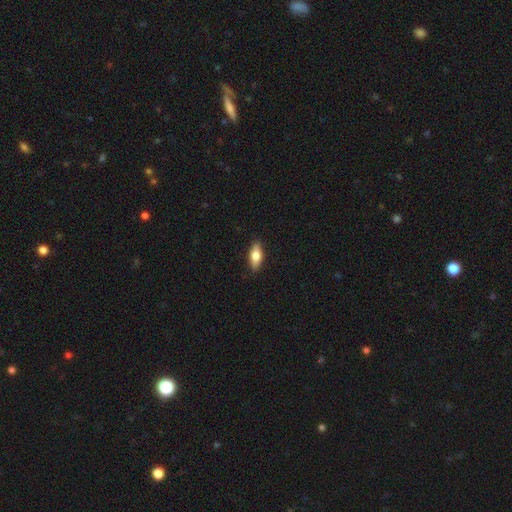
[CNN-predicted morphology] type=smooth (66%); roundness=in between (72%); merging=none (89%).